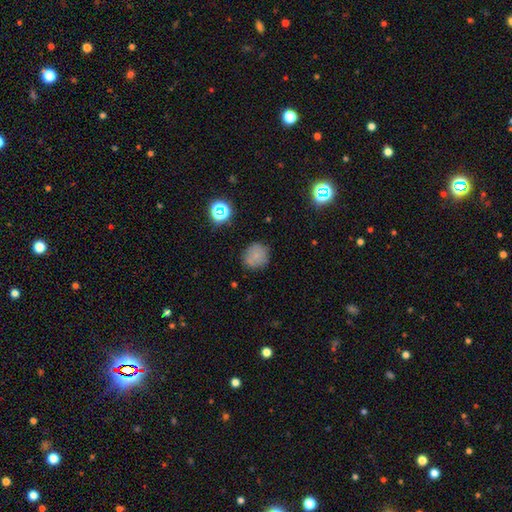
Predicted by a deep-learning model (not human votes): A smooth galaxy with no disk features (74%) that is round (88%). Merging: none (76%).